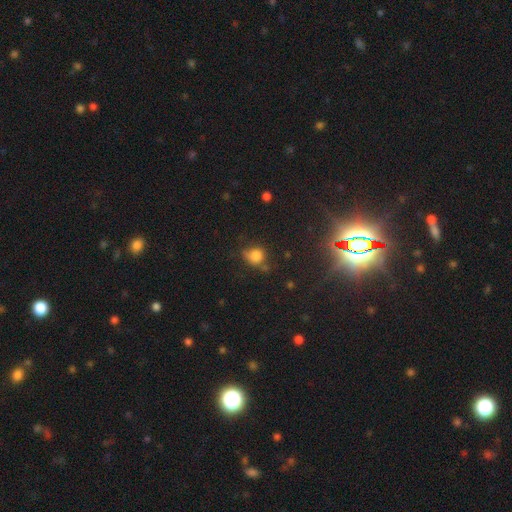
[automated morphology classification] type=smooth (76%); roundness=round (73%); merging=none (52%).